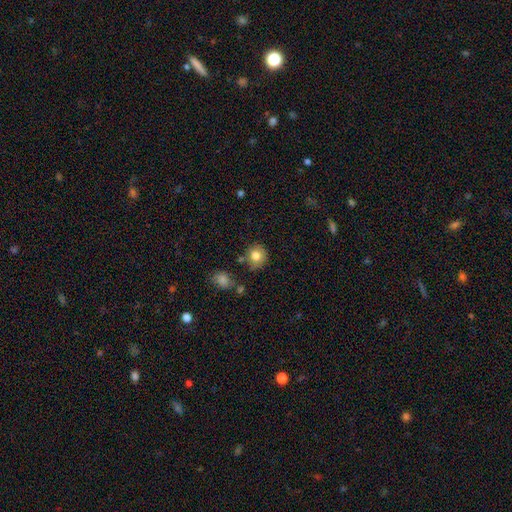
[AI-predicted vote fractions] Smooth or featured: smooth — 80% (featured or disk — 10%)
How rounded: round — 80% (in between — 19%)
Merging: none — 75% (minor disturbance — 15%)